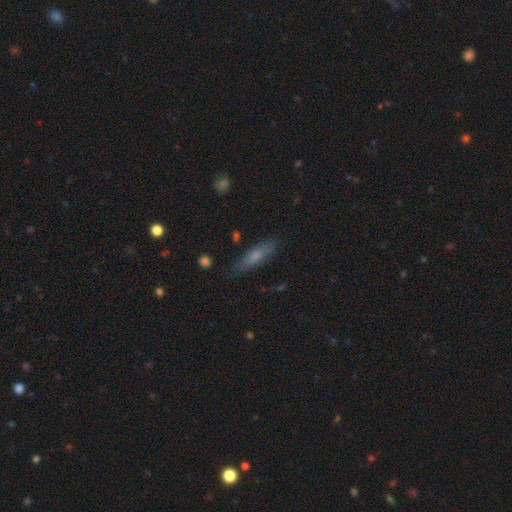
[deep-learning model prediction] Smooth or featured?
  - smooth: 63% *
  - featured or disk: 28%
  - star or artifact: 9%
How rounded?
  - cigar-shaped: 67% *
  - in between: 30%
  - round: 3%
Merging?
  - none: 82% *
  - minor disturbance: 13%
  - major disturbance: 3%
  - merger: 2%